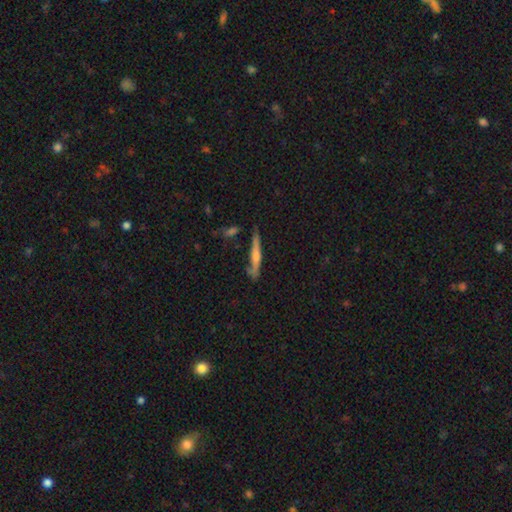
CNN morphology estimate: Q: Smooth or featured?
A: featured or disk (50%); runner-up: smooth (43%)
Q: Merging?
A: none (71%); runner-up: minor disturbance (19%)